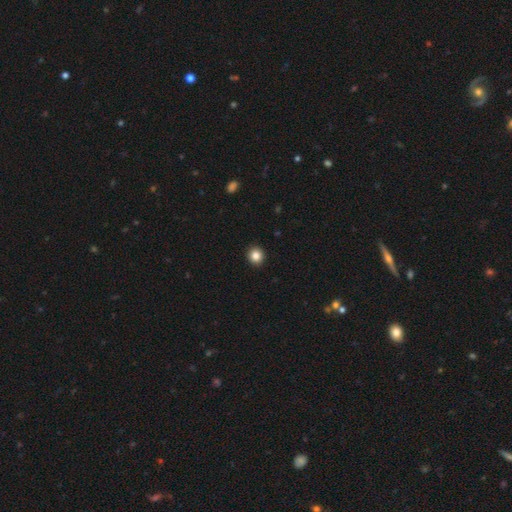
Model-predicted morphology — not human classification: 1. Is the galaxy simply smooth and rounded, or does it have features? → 85% smooth, 10% star or artifact, 5% featured or disk.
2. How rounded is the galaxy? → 90% round, 9% in between, 1% cigar-shaped.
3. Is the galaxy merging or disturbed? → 93% none, 5% minor disturbance, 1% major disturbance, 1% merger.